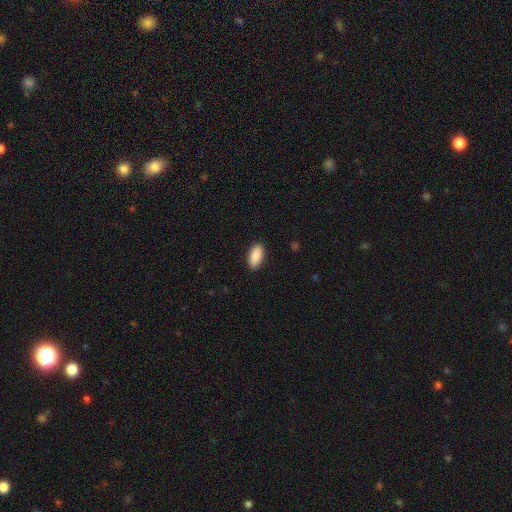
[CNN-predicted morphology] The model was most divided on "merging": none: 89%, minor disturbance: 8%, major disturbance: 2%, merger: 1%. More confident: how rounded — in between (91%); smooth or featured — smooth (91%).